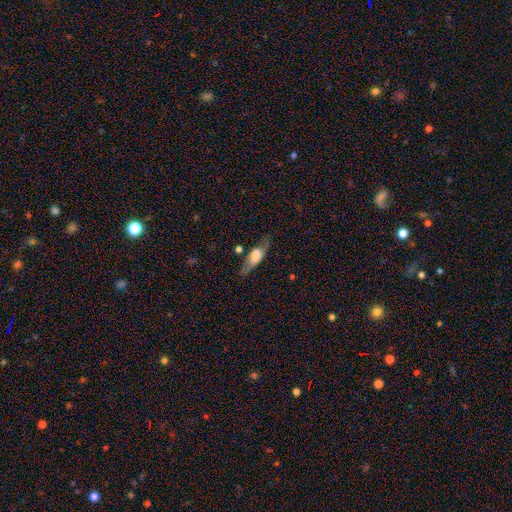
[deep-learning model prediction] Morphology: type=smooth (50%); merging=none (65%).